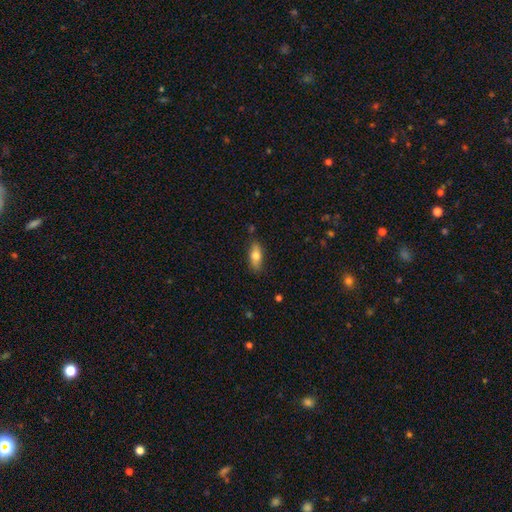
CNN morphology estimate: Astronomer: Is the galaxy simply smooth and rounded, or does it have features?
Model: smooth — 70%.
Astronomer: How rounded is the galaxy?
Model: in between — 71%.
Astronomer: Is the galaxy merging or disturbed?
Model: none — 82%.